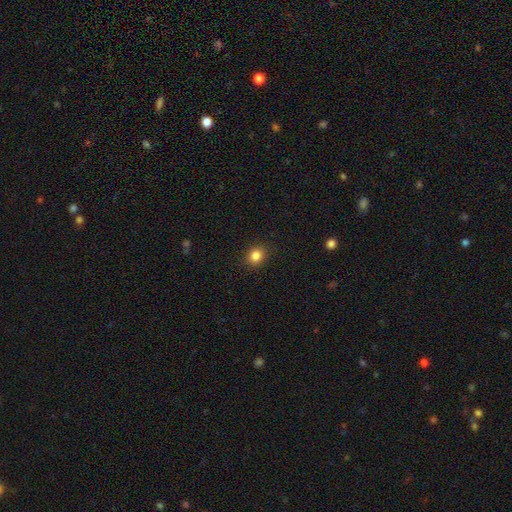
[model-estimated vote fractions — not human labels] This is clearly a smooth galaxy (84%). How rounded: likely round (74%). Merging: clearly none (90%).